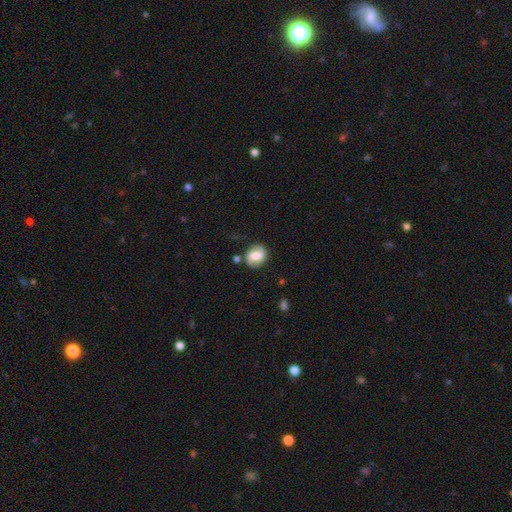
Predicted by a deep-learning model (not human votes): Smooth or featured? featured or disk (47%)
Merging? none (76%)